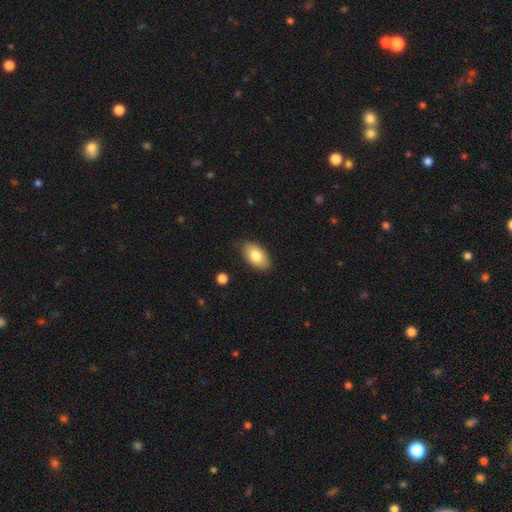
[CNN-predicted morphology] Smooth or featured? Predicted: smooth (p=0.82). How rounded? Predicted: in between (p=0.94). Merging? Predicted: none (p=0.84).